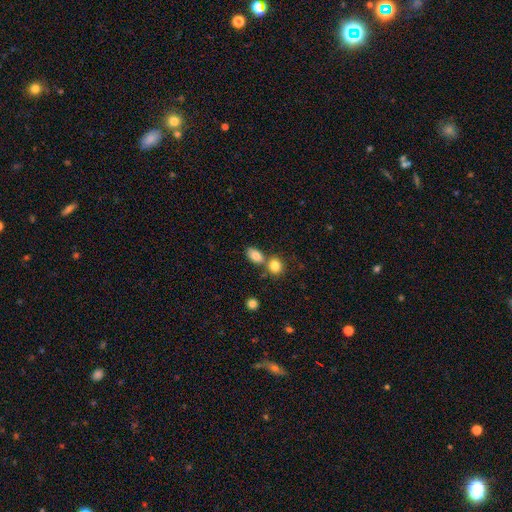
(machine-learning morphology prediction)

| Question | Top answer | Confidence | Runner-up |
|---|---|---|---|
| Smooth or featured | smooth | 84% | star or artifact (9%) |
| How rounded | in between | 83% | round (15%) |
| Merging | none | 53% | merger (33%) |